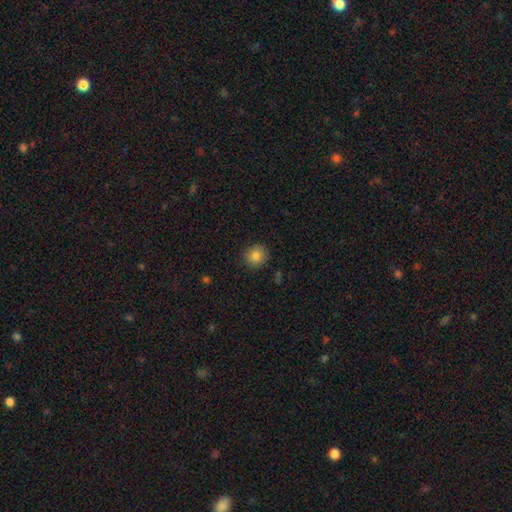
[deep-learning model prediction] smooth 83%, star or artifact 11%, featured or disk 7%. Down the decision tree: how rounded — round (90%); merging — none (89%).